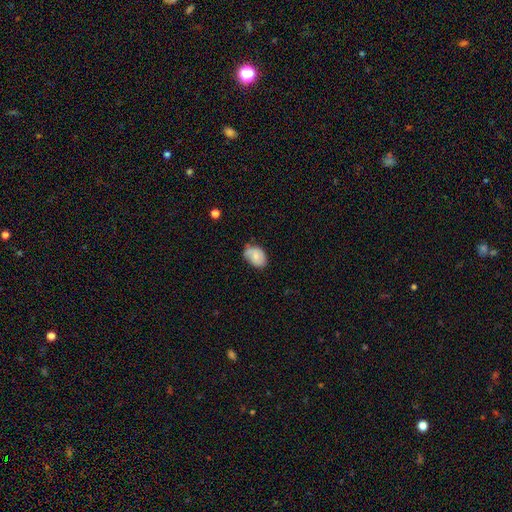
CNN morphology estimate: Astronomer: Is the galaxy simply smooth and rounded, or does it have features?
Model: smooth — 62%.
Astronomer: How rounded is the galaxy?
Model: in between — 79%.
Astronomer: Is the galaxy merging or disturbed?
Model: none — 49% (runner-up: minor disturbance, 38%).